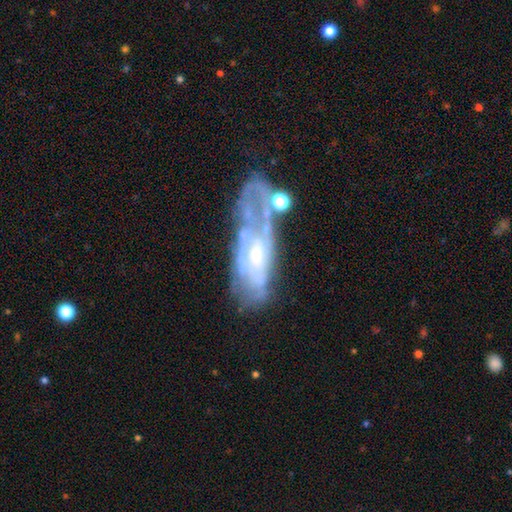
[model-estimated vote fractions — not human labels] A featured or disk galaxy (75%) with no bar (61%), spiral arms (62%) and a small central bulge (51%). Merging: none (36%).